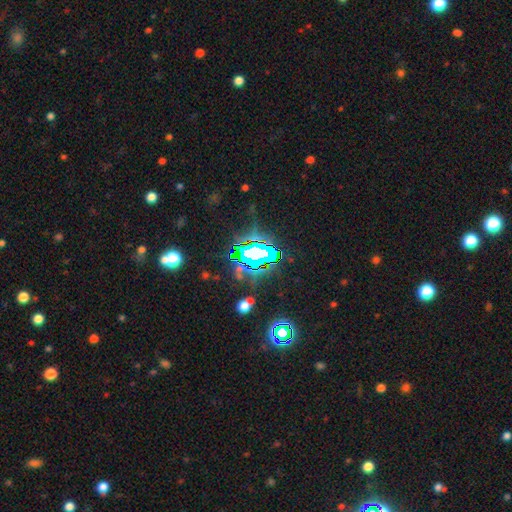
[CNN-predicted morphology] Smooth or featured? Predicted: star or artifact (p=0.74).